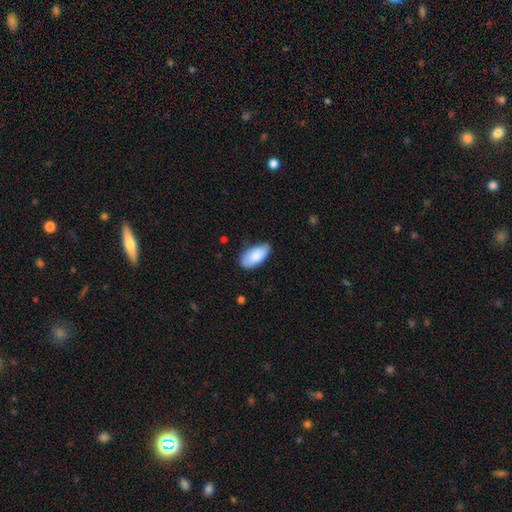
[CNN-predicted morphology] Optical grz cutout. It shows a smooth galaxy with no disk features (85%) that is in between round and cigar-shaped (93%). Merging: none (73%).